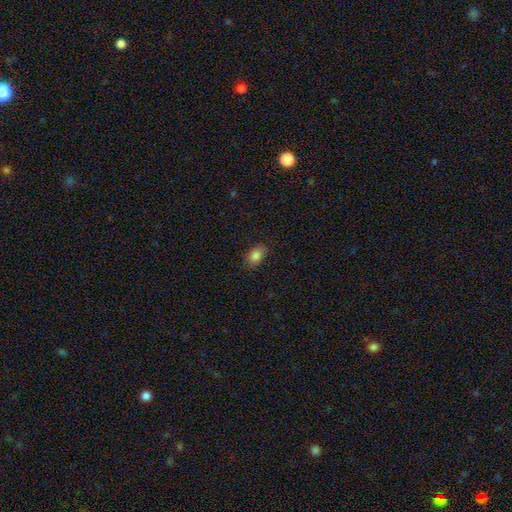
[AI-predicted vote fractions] A smooth galaxy with no disk features (84%) that is in between round and cigar-shaped (78%). Merging: none (81%).